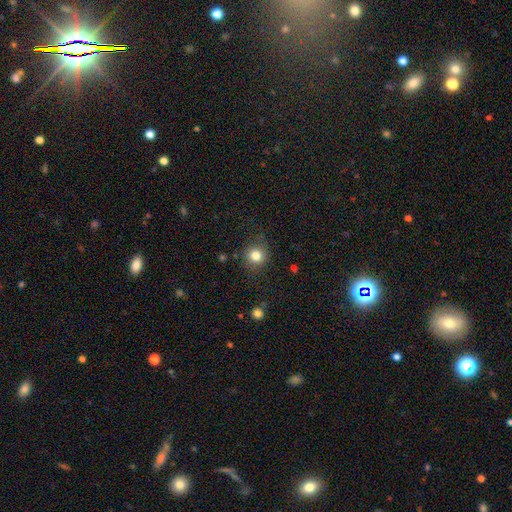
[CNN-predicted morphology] smooth-or-featured: smooth: 82% | star or artifact: 12% | featured or disk: 6%
  how-rounded: round: 87% | in between: 12% | cigar-shaped: 1%
  merging: none: 83% | minor disturbance: 11% | major disturbance: 4% | merger: 2%